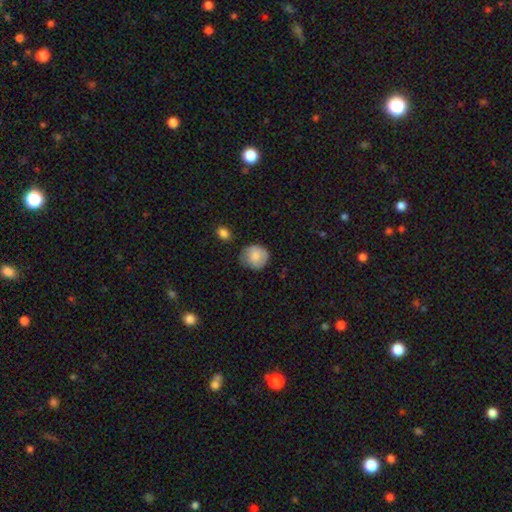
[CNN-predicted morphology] A smooth galaxy with no disk features (80%) that is round (83%).

Vote fractions:
- Smooth or featured? smooth: 80% / featured or disk: 13% / star or artifact: 7%
- How rounded? round: 83% / in between: 16% / cigar-shaped: 1%
- Merging? none: 69% / minor disturbance: 25% / major disturbance: 5% / merger: 2%